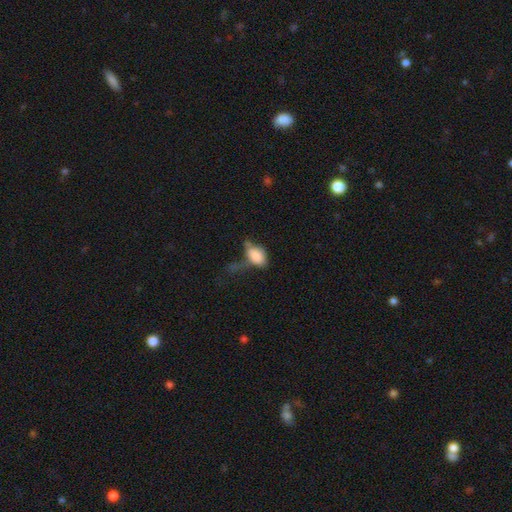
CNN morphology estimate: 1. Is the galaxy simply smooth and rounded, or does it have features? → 82% smooth, 9% featured or disk, 8% star or artifact.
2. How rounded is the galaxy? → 89% in between, 9% round, 2% cigar-shaped.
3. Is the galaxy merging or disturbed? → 32% none, 28% minor disturbance, 24% major disturbance, 16% merger.